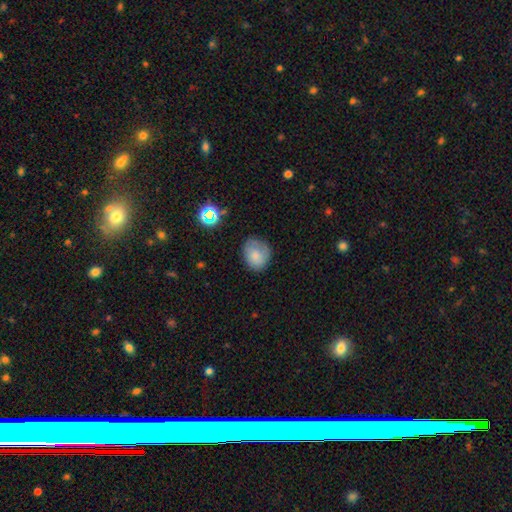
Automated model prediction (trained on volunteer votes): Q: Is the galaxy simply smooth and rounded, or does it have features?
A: smooth — 78%.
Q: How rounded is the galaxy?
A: round — 60%.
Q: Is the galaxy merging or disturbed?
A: none — 68%.